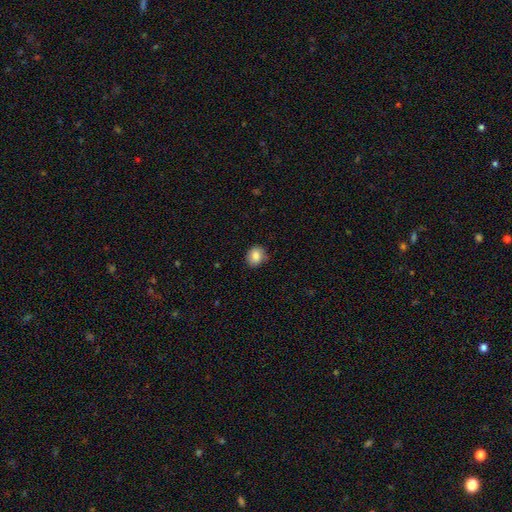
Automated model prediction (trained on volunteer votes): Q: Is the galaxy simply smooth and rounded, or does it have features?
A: smooth — 83%.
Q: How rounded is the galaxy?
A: round — 67%.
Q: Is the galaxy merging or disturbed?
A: none — 78%.